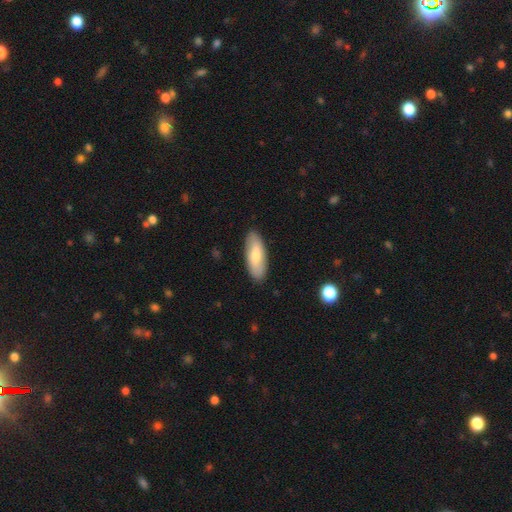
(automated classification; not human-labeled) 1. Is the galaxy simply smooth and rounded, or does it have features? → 75% smooth, 19% featured or disk, 5% star or artifact.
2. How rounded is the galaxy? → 73% in between, 26% cigar-shaped, 2% round.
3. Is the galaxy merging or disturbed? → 88% none, 9% minor disturbance, 2% major disturbance, 1% merger.